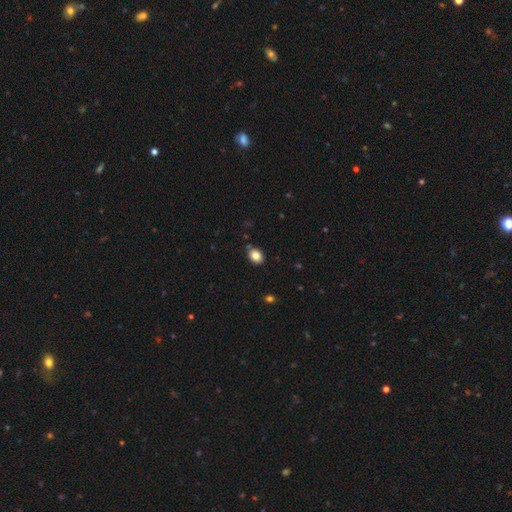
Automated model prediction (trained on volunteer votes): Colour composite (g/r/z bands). It shows a smooth galaxy with no disk features (84%) that is in between round and cigar-shaped (64%). Merging: none (84%).